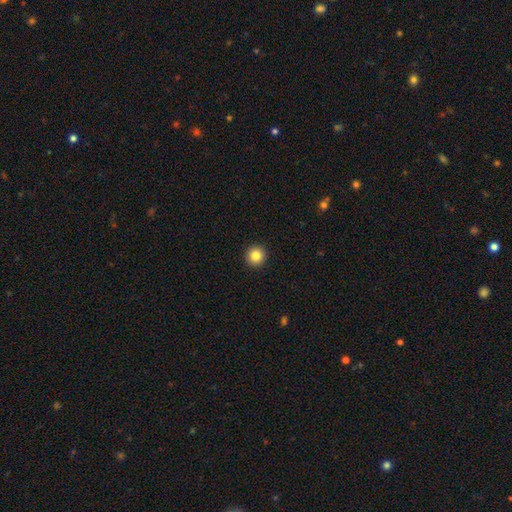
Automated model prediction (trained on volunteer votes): This appears to be a smooth galaxy with no disk features (85%) that is round (96%). Merging: none (94%).